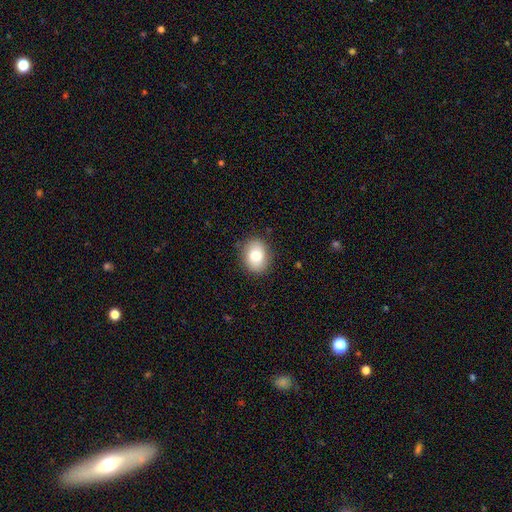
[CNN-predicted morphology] Q: Smooth or featured?
A: smooth (81%); runner-up: featured or disk (11%)
Q: How rounded?
A: in between (61%); runner-up: round (38%)
Q: Merging?
A: none (85%); runner-up: minor disturbance (11%)